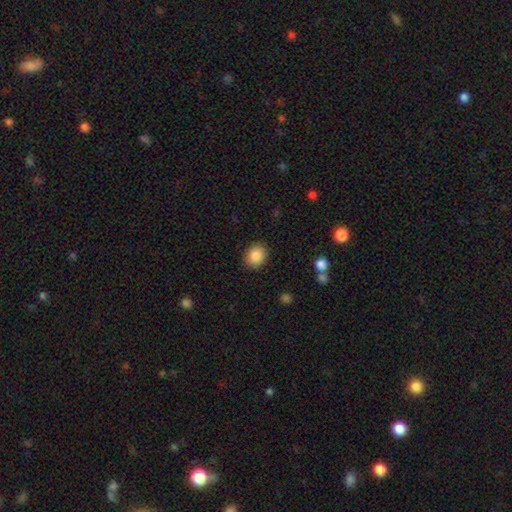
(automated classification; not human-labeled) Smooth or featured? Predicted: smooth (p=0.87). How rounded? Predicted: round (p=0.59). Merging? Predicted: none (p=0.89).